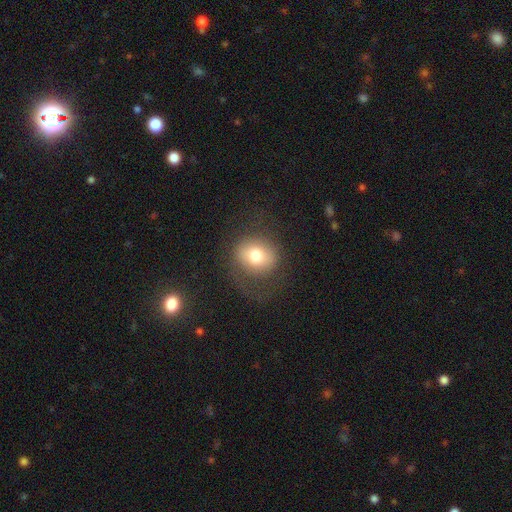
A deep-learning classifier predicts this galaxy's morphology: A smooth galaxy with no disk features (70%) that is round (76%). Merging: none (66%).